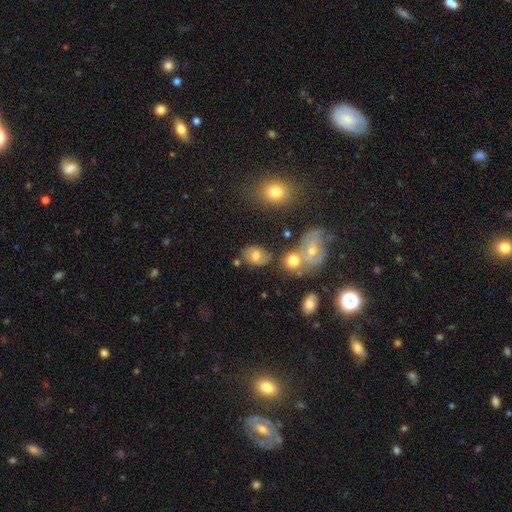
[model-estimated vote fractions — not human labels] Smooth or featured? Predicted: smooth (p=0.63). How rounded? Predicted: in between (p=0.76). Merging? Predicted: none (p=0.67).